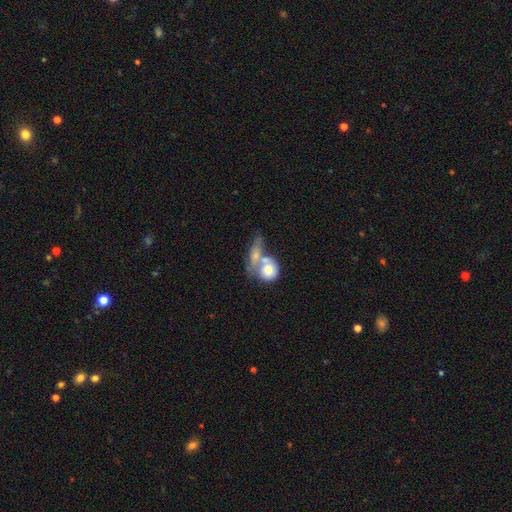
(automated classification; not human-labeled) Smooth or featured: smooth — 53% (featured or disk — 34%)
How rounded: round — 65% (in between — 29%)
Merging: merger — 54% (none — 26%)